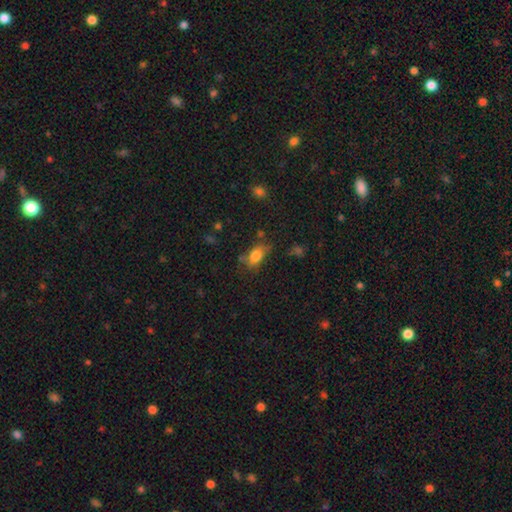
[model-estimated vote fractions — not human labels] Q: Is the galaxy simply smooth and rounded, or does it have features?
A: smooth — 79%.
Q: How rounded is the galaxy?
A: in between — 83%.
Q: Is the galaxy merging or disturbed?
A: none — 56%.